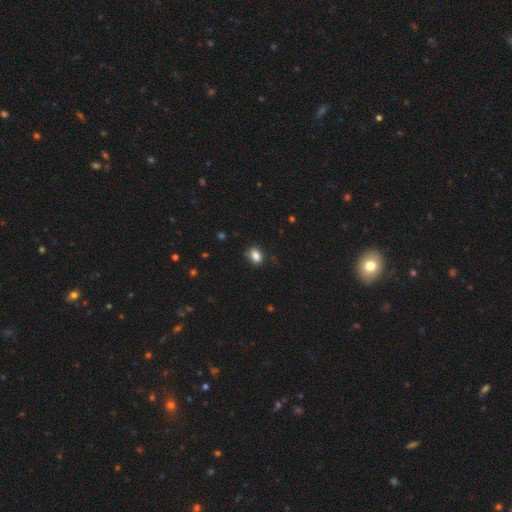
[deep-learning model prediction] smooth 85%, star or artifact 10%, featured or disk 5%. Down the decision tree: how rounded — in between (67%); merging — none (76%).